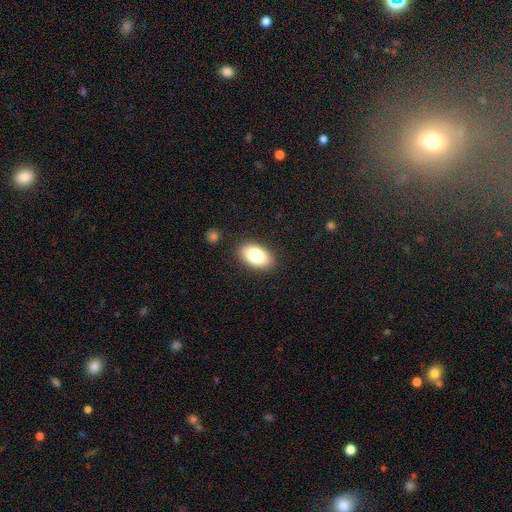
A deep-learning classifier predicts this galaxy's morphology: Smooth or featured? Predicted: smooth (p=0.83). How rounded? Predicted: in between (p=0.93). Merging? Predicted: none (p=0.87).